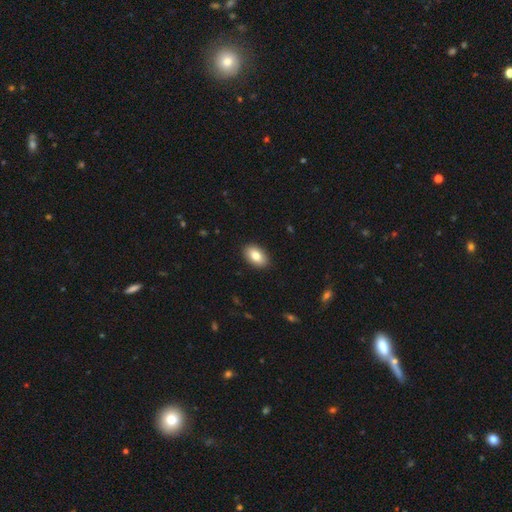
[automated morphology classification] smooth_or_featured: smooth (p=0.82) [alt: featured or disk p=0.11]
how_rounded: in between (p=0.92) [alt: round p=0.07]
merging: none (p=0.91) [alt: minor disturbance p=0.07]